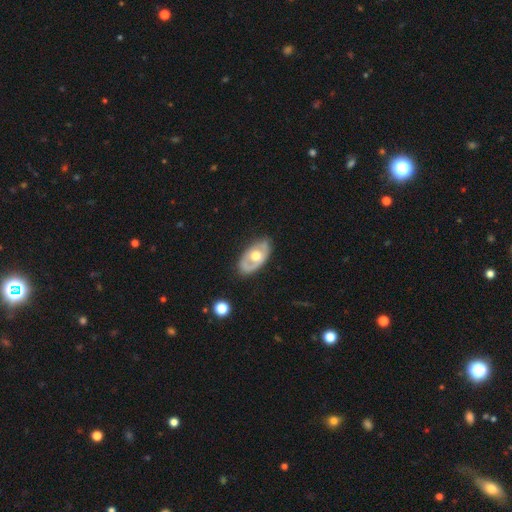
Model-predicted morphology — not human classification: type=featured or disk (56%); edge-on=no (86%); merging=none (75%).